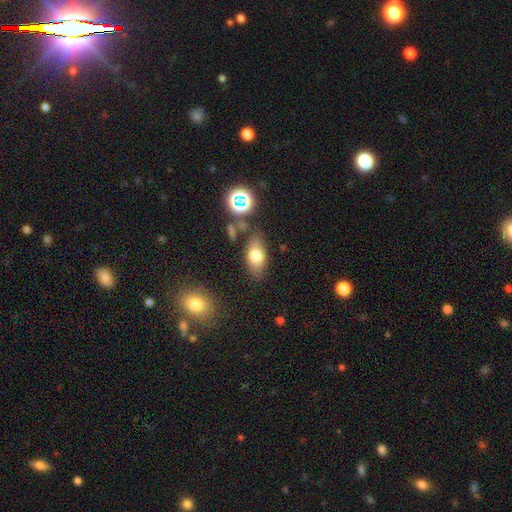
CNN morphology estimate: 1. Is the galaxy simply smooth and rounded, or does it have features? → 72% smooth, 17% featured or disk, 11% star or artifact.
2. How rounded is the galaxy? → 84% in between, 10% round, 6% cigar-shaped.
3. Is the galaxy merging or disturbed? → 75% none, 14% minor disturbance, 6% merger, 4% major disturbance.